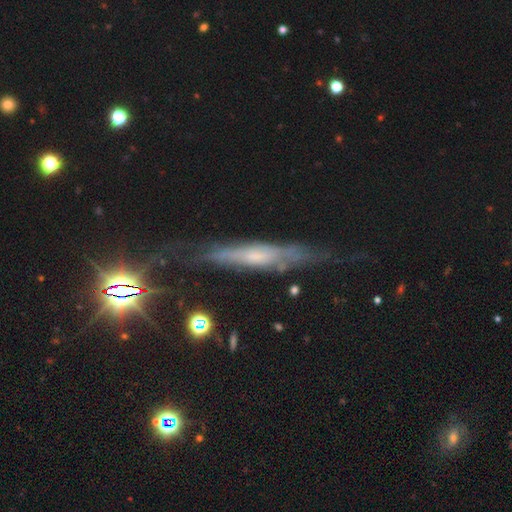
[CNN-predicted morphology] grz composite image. It shows a featured or disk galaxy (63%) viewed edge-on (74%). Merging: none (60%).